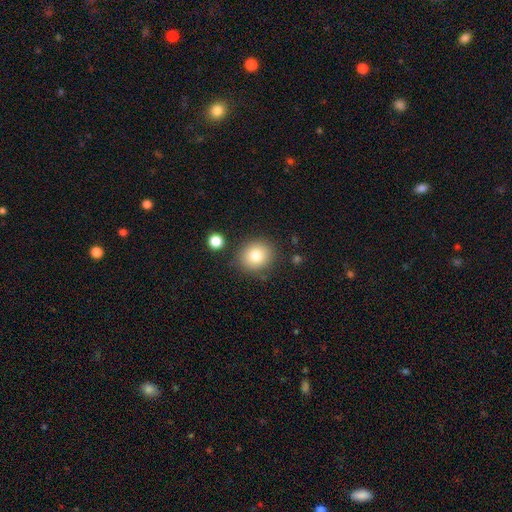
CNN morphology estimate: Q: Smooth or featured?
A: smooth (80%); runner-up: star or artifact (10%)
Q: How rounded?
A: round (77%); runner-up: in between (22%)
Q: Merging?
A: none (83%); runner-up: minor disturbance (10%)